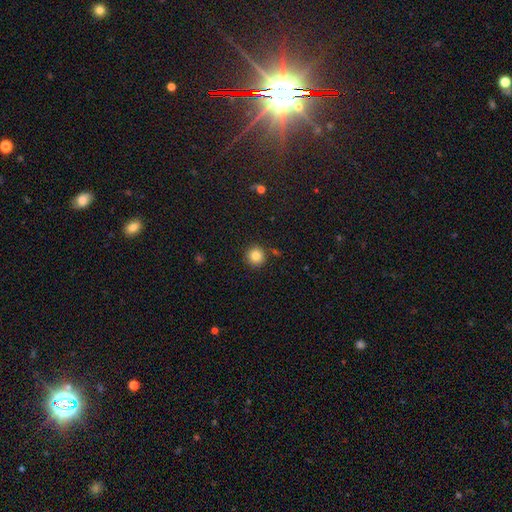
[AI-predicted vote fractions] The model was most divided on "smooth or featured": smooth: 84%, star or artifact: 11%, featured or disk: 5%. More confident: how rounded — round (95%); merging — none (89%).